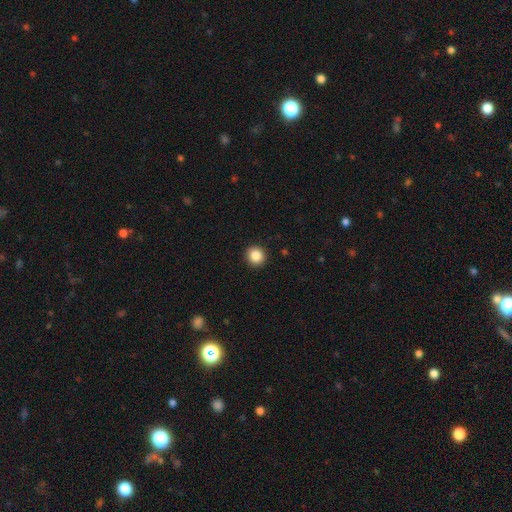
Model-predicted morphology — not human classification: This appears to be a smooth galaxy with no disk features (86%) that is round (93%). Merging: none (93%).